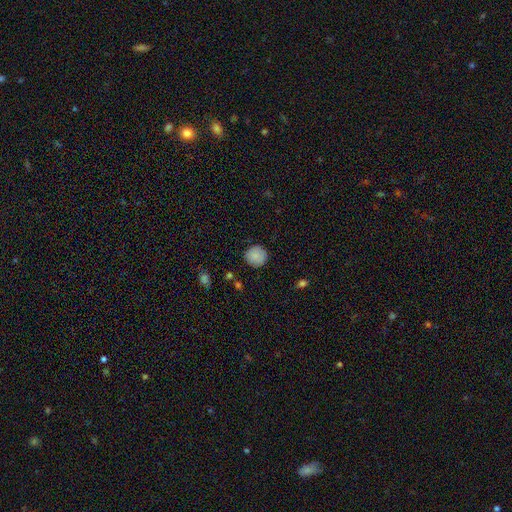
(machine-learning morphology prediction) smooth-or-featured: smooth: 86% | star or artifact: 8% | featured or disk: 6%
  how-rounded: round: 92% | in between: 7% | cigar-shaped: 1%
  merging: none: 86% | minor disturbance: 11% | major disturbance: 2% | merger: 1%